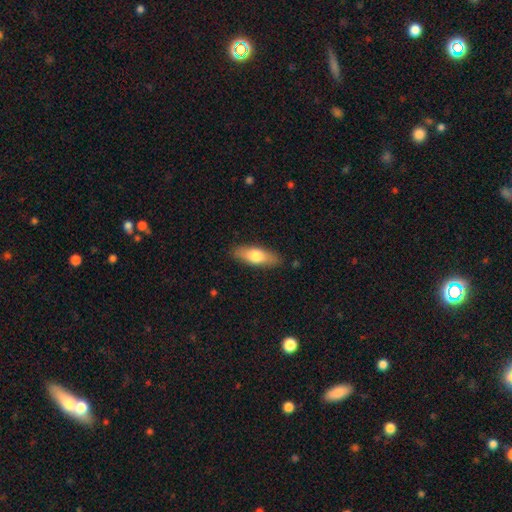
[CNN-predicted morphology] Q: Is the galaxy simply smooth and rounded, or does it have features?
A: smooth — 69%.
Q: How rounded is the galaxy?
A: in between — 61%.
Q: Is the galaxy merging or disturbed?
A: none — 87%.